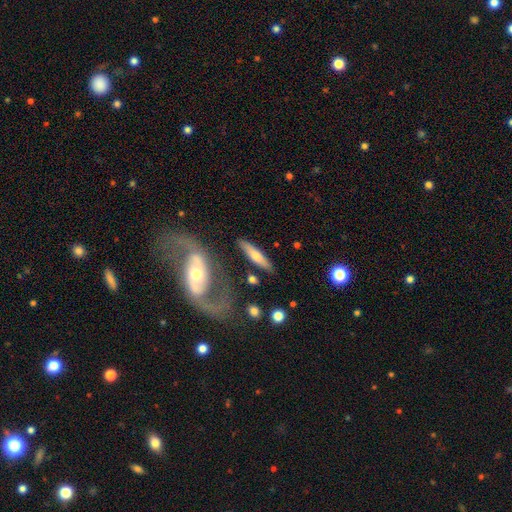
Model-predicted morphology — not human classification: The model was most divided on "smooth or featured": smooth: 55%, featured or disk: 39%, star or artifact: 6%. More confident: merging — none (79%); how rounded — cigar-shaped (77%).